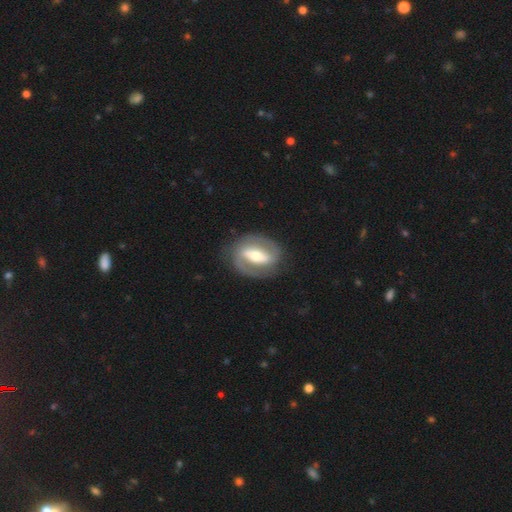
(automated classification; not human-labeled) Overall: featured or disk (81%). Edge-on disk: no (95%). Bar: strong (68%). Spiral arms: yes (85%). Spiral arm count: 2 (88%). Spiral winding: medium (43%; tight 41%). Bulge size: moderate (59%; small 24%). Merging: none (83%).